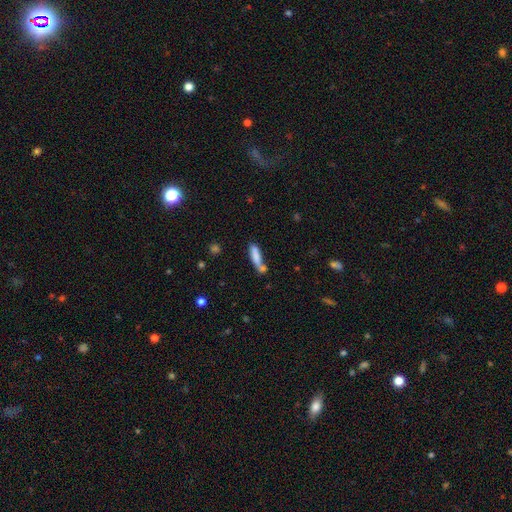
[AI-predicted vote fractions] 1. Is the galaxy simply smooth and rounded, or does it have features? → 78% smooth, 14% featured or disk, 8% star or artifact.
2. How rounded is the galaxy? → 71% cigar-shaped, 27% in between, 2% round.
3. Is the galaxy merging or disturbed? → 47% none, 29% merger, 17% minor disturbance, 7% major disturbance.